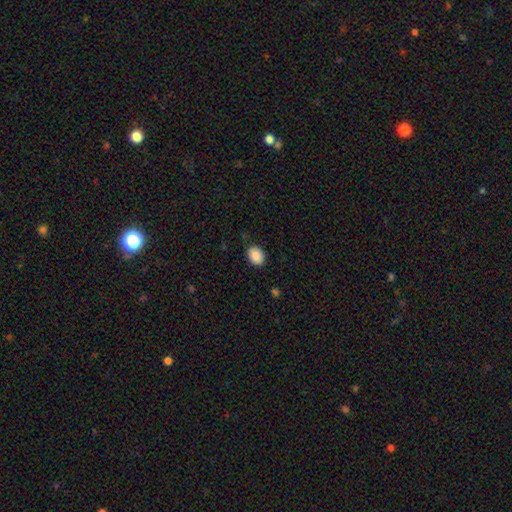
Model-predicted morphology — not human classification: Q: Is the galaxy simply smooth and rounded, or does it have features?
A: smooth — 89%.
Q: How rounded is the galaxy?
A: in between — 66%.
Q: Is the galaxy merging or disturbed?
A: none — 86%.